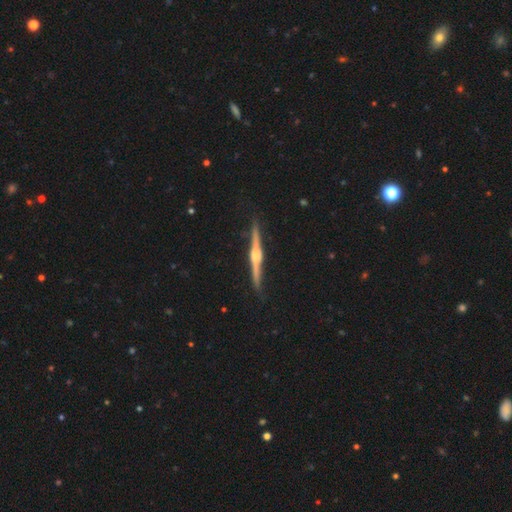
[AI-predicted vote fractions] Smooth or featured: featured or disk — 84% (smooth — 11%)
Edge-on disk: yes — 98% (no — 2%)
Edge-on bulge: rounded — 86% (boxy — 10%)
Merging: none — 89% (minor disturbance — 8%)